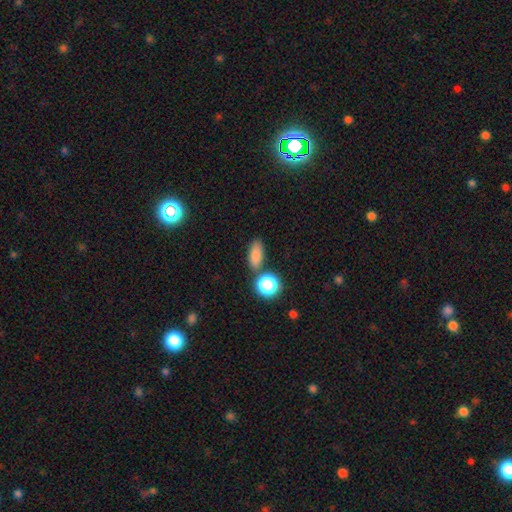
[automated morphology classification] Smooth or featured: smooth — 81% (star or artifact — 12%)
How rounded: in between — 75% (round — 14%)
Merging: none — 71% (merger — 13%)